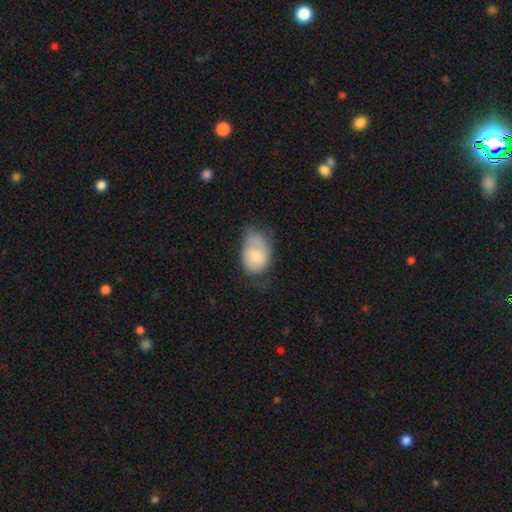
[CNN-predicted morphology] The model was most divided on "merging": minor disturbance: 41%, none: 30%, major disturbance: 25%, merger: 4%. More confident: how rounded — in between (81%); smooth or featured — smooth (65%).